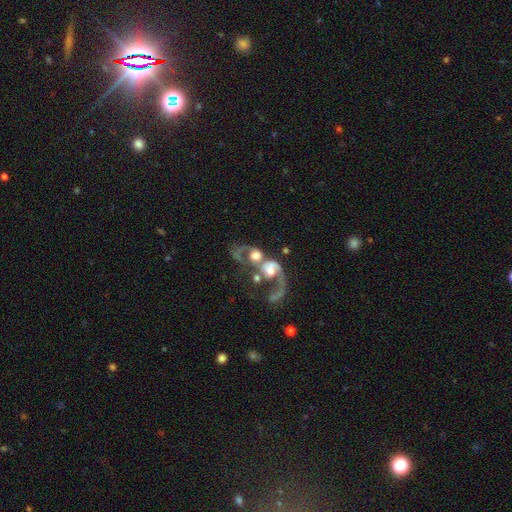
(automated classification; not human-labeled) Smooth or featured?
  - featured or disk: 63% *
  - smooth: 28%
  - star or artifact: 9%
Edge-on disk?
  - no: 96% *
  - yes: 4%
Bar?
  - no: 73% *
  - weak: 21%
  - strong: 6%
Spiral arms?
  - yes: 69% *
  - no: 31%
Bulge size?
  - moderate: 46% *
  - large: 26%
  - small: 15%
  - none: 8%
  - dominant: 5%
Merging?
  - merger: 74% *
  - major disturbance: 14%
  - none: 8%
  - minor disturbance: 4%